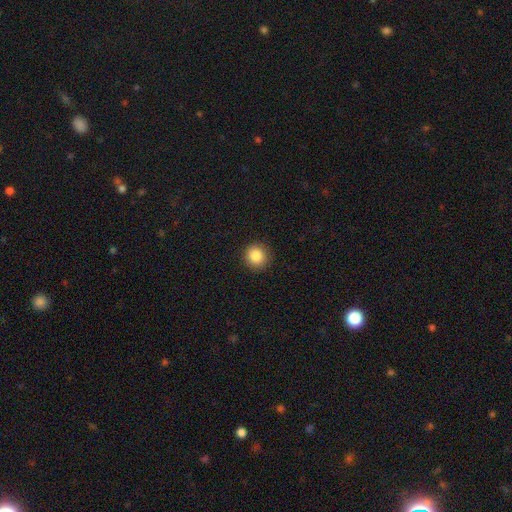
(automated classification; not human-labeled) This is clearly a smooth galaxy (86%). How rounded: clearly round (91%). Merging: clearly none (91%).